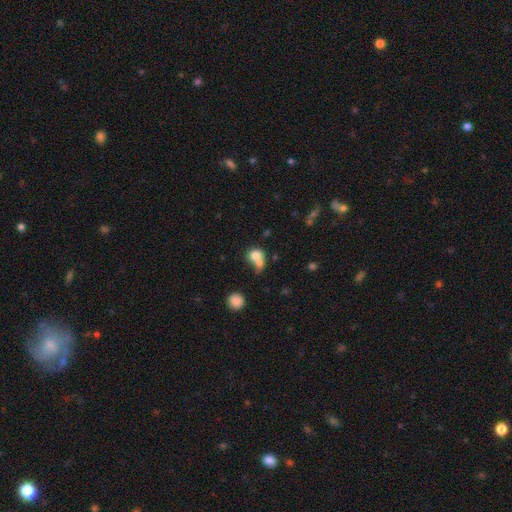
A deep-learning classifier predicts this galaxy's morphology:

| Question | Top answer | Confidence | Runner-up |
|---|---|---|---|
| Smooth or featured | smooth | 76% | featured or disk (14%) |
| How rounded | round | 75% | in between (24%) |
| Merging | merger | 54% | none (30%) |